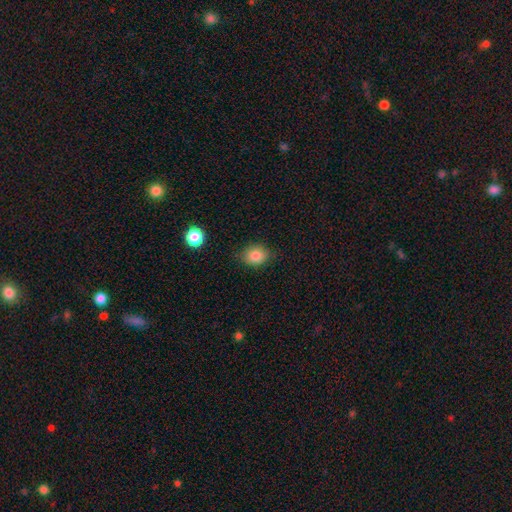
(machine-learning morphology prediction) This is clearly a smooth galaxy (84%). How rounded: possibly round (52%). Merging: clearly none (81%).